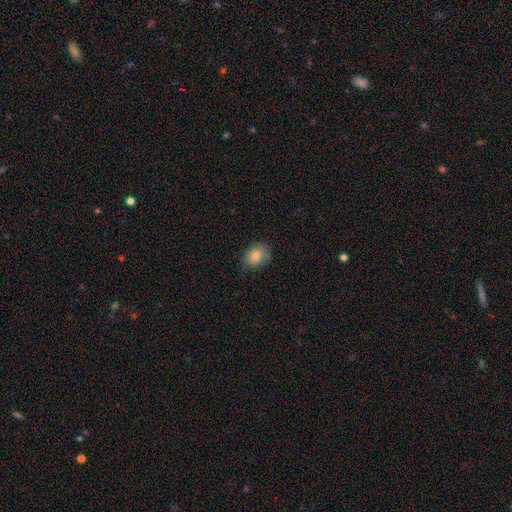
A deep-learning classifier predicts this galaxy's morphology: Smooth or featured? Predicted: smooth (p=0.83). How rounded? Predicted: in between (p=0.63). Merging? Predicted: none (p=0.70).